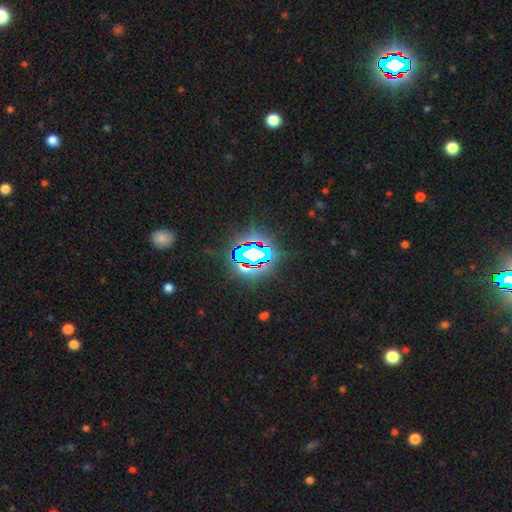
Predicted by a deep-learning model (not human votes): Smooth or featured? Predicted: star or artifact (p=0.75).